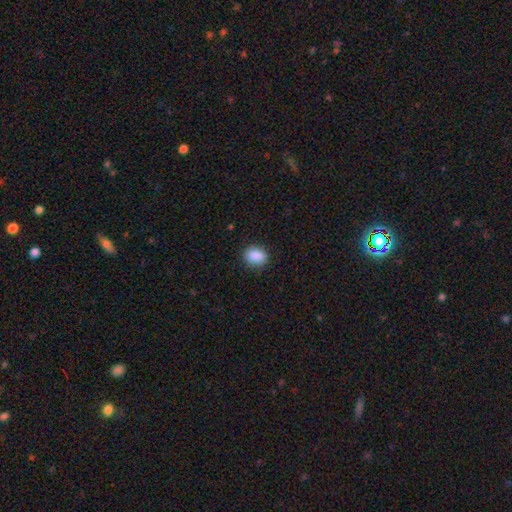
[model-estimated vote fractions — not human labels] A smooth galaxy with no disk features (88%) that is in between round and cigar-shaped (58%). Merging: none (85%).